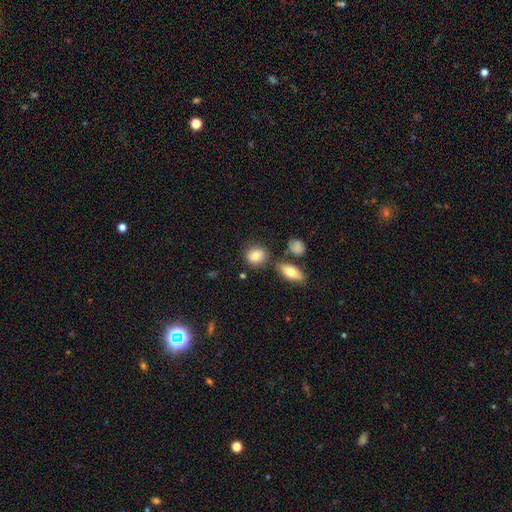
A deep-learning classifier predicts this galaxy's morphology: Smooth or featured?
  - smooth: 83% *
  - featured or disk: 9%
  - star or artifact: 8%
How rounded?
  - round: 64% *
  - in between: 34%
  - cigar-shaped: 2%
Merging?
  - none: 73% *
  - minor disturbance: 13%
  - merger: 10%
  - major disturbance: 4%